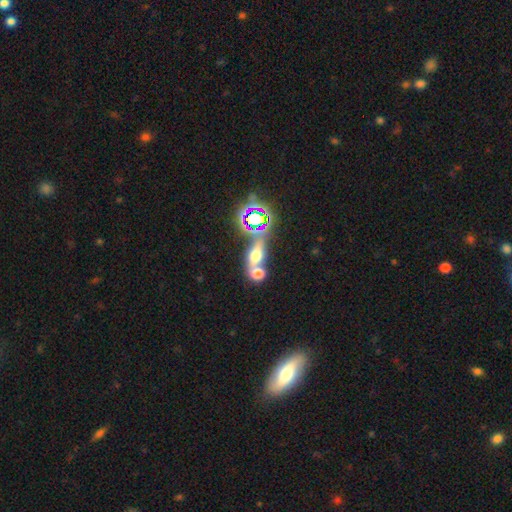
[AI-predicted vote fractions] Smooth or featured? smooth (46%)
Merging? merger (48%)